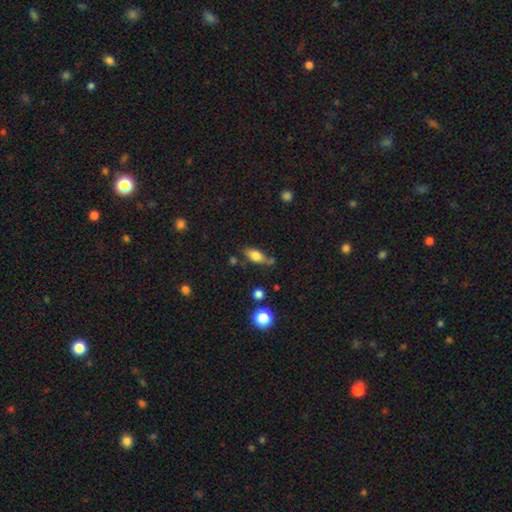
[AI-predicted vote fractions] Smooth or featured? Predicted: smooth (p=0.71). How rounded? Predicted: in between (p=0.79). Merging? Predicted: none (p=0.62).